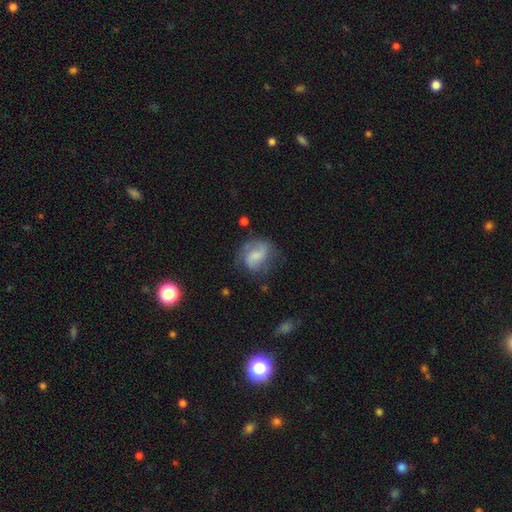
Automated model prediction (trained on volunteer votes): smooth 46%, featured or disk 45%, star or artifact 9%. Down the decision tree: merging — none (55%).